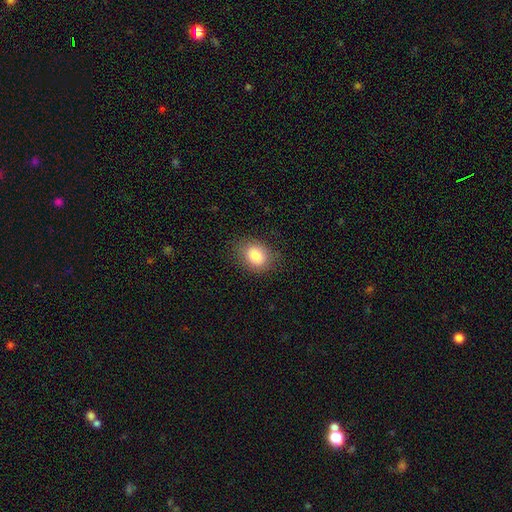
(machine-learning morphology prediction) smooth_or_featured: smooth (p=0.82) [alt: featured or disk p=0.09]
how_rounded: in between (p=0.55) [alt: round p=0.44]
merging: none (p=0.82) [alt: minor disturbance p=0.13]